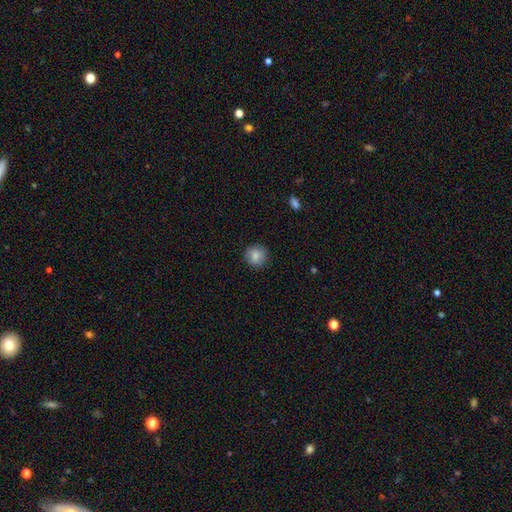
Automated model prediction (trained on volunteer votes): This is clearly a smooth galaxy (84%). How rounded: clearly round (92%). Merging: clearly none (89%).